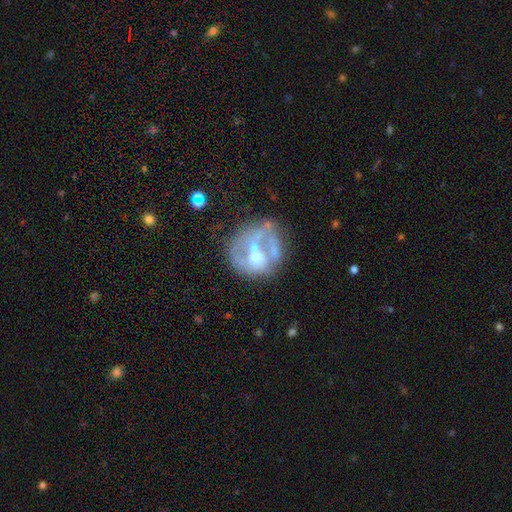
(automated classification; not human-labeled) Q: Smooth or featured?
A: featured or disk (62%); runner-up: smooth (27%)
Q: Edge-on disk?
A: no (98%); runner-up: yes (2%)
Q: Bar?
A: no (74%); runner-up: weak (19%)
Q: Spiral arms?
A: no (78%); runner-up: yes (22%)
Q: Bulge size?
A: moderate (46%); runner-up: none (22%)
Q: Merging?
A: none (42%); runner-up: major disturbance (24%)